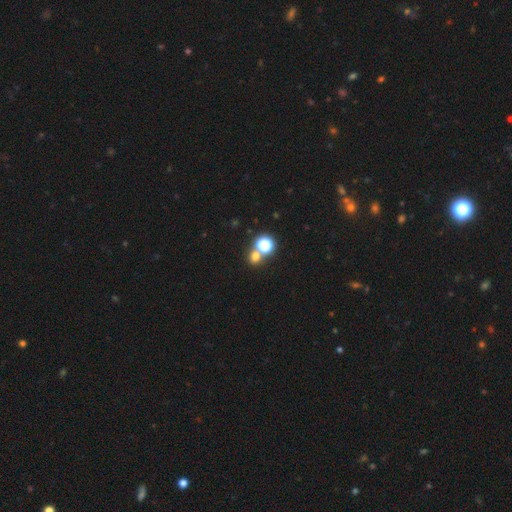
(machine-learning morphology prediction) Q: Smooth or featured?
A: smooth (62%); runner-up: star or artifact (31%)
Q: How rounded?
A: round (80%); runner-up: in between (19%)
Q: Merging?
A: none (58%); runner-up: merger (31%)